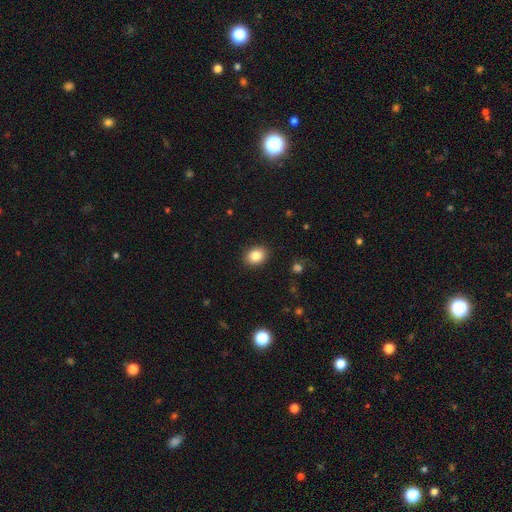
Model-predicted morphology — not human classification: Overall: smooth (85%). How rounded: in between (52%; round 47%). Merging: none (90%).